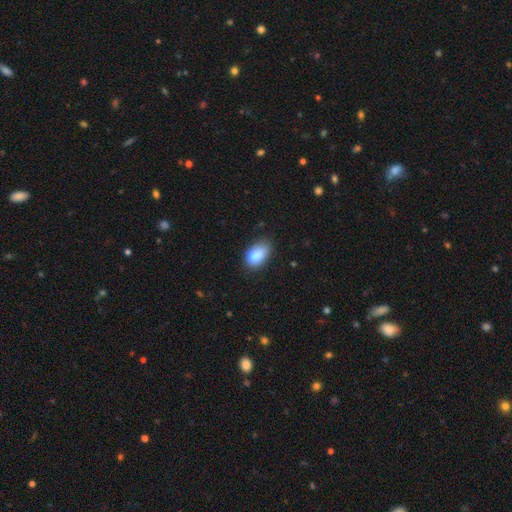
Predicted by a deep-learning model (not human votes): smooth_or_featured: smooth (p=0.85) [alt: star or artifact p=0.08]
how_rounded: in between (p=0.91) [alt: round p=0.07]
merging: none (p=0.63) [alt: minor disturbance p=0.29]